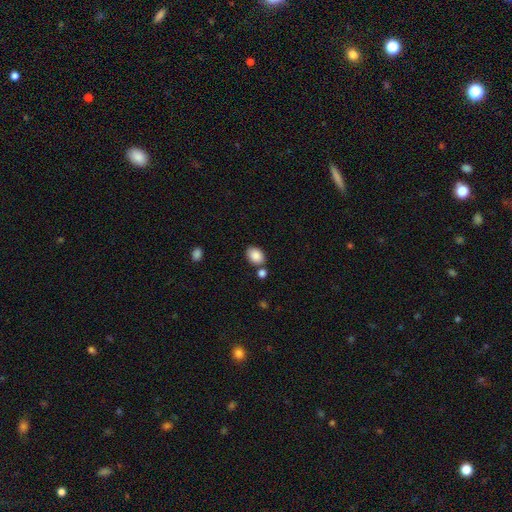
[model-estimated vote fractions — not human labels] A smooth galaxy with no disk features (87%) that is in between round and cigar-shaped (74%). Merging: none (73%).